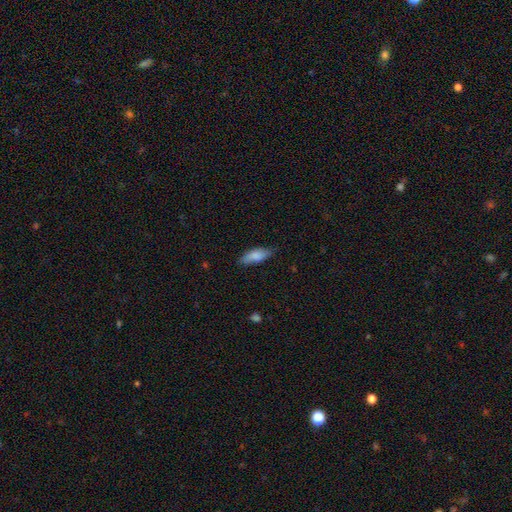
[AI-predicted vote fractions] Smooth or featured?
  - smooth: 81% *
  - featured or disk: 13%
  - star or artifact: 6%
How rounded?
  - in between: 67% *
  - cigar-shaped: 31%
  - round: 2%
Merging?
  - none: 77% *
  - minor disturbance: 19%
  - major disturbance: 3%
  - merger: 1%